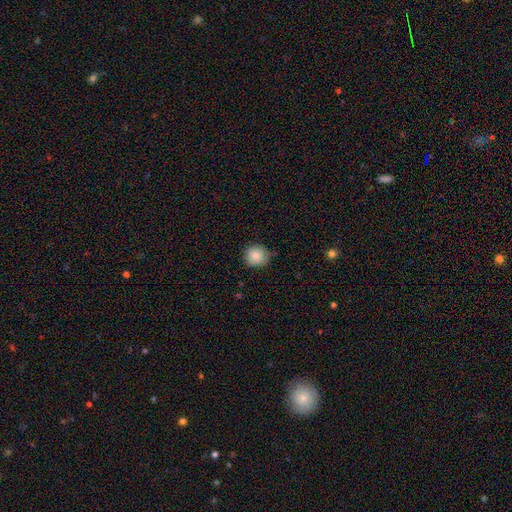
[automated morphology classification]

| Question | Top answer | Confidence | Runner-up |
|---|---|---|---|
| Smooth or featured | smooth | 86% | star or artifact (8%) |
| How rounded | round | 89% | in between (10%) |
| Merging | none | 79% | minor disturbance (17%) |